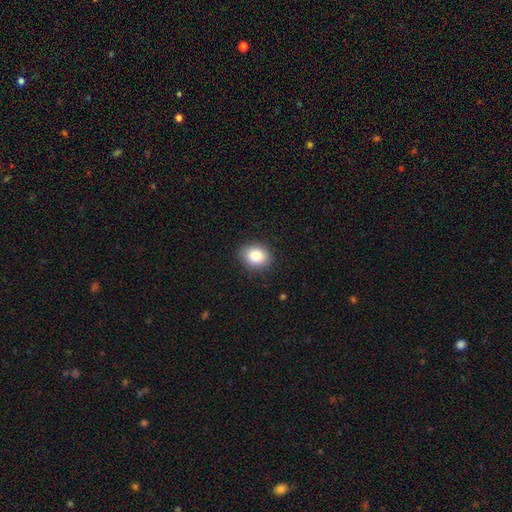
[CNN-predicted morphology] This appears to be a smooth galaxy with no disk features (86%) that is in between round and cigar-shaped (54%). Merging: none (87%).